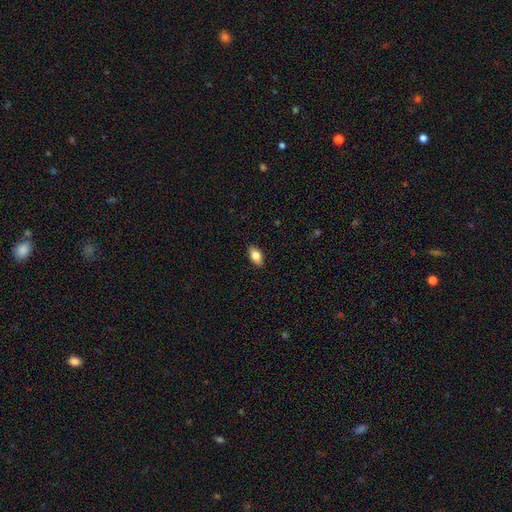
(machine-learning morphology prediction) Overall: smooth (81%). How rounded: in between (90%). Merging: none (89%).